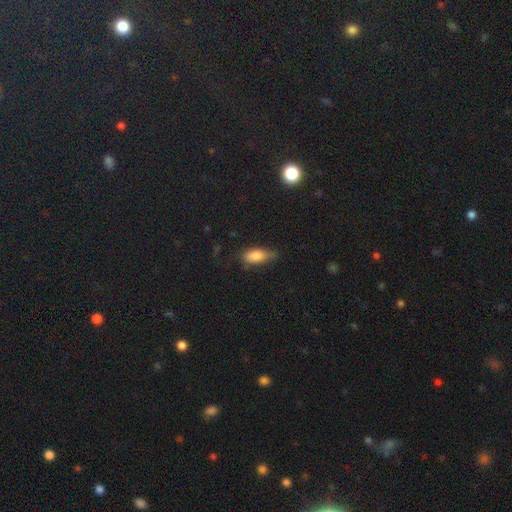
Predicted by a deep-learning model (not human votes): A smooth galaxy with no disk features (81%) that is in between round and cigar-shaped (80%).

Vote fractions:
- Smooth or featured? smooth: 81% / featured or disk: 10% / star or artifact: 8%
- How rounded? in between: 80% / cigar-shaped: 17% / round: 3%
- Merging? none: 52% / minor disturbance: 35% / major disturbance: 10% / merger: 2%